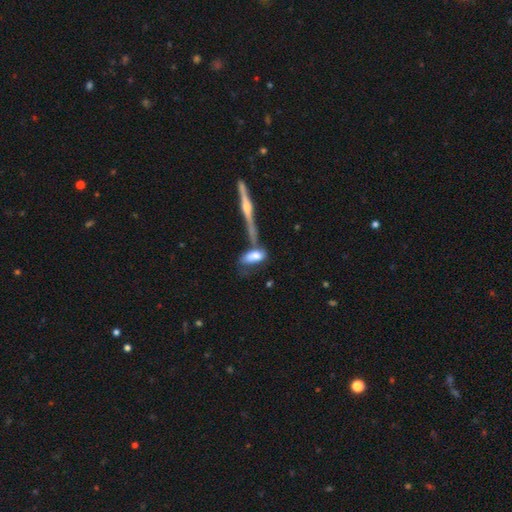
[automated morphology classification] A smooth galaxy with no disk features (64%) that is in between round and cigar-shaped (80%).

Vote fractions:
- Smooth or featured? smooth: 64% / featured or disk: 28% / star or artifact: 8%
- How rounded? in between: 80% / cigar-shaped: 16% / round: 4%
- Merging? none: 37% / merger: 36% / minor disturbance: 17% / major disturbance: 11%